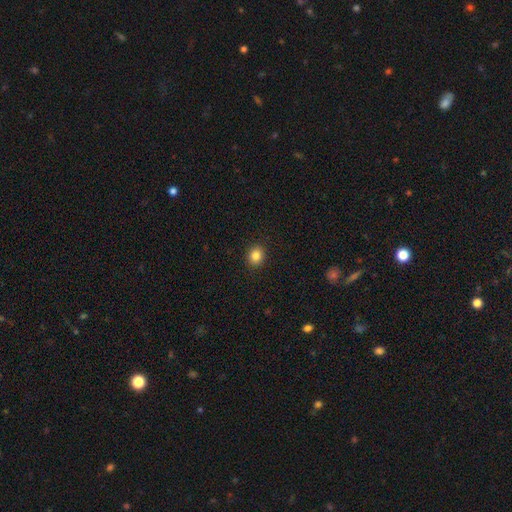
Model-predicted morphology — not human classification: Smooth or featured? Predicted: smooth (p=0.84). How rounded? Predicted: round (p=0.76). Merging? Predicted: none (p=0.91).